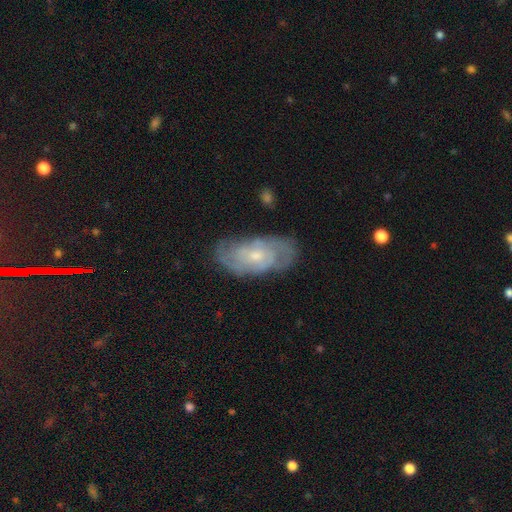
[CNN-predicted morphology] Smooth or featured? featured or disk (72%)
Edge-on disk? no (94%)
Bar? no (67%)
Spiral arms? yes (87%)
Spiral winding? tight (58%)
Spiral arm count? can't tell (44%)
Bulge size? small (59%)
Merging? none (72%)